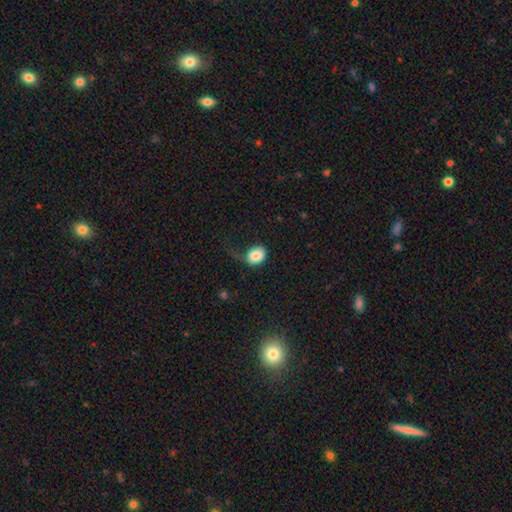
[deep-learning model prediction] This appears to be a smooth galaxy with no disk features (82%) that is in between round and cigar-shaped (53%). Merging: major disturbance (37%).